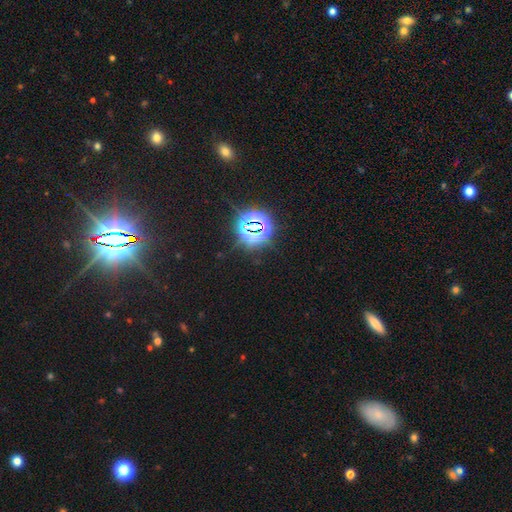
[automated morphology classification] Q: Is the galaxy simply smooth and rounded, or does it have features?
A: star or artifact — 79%.